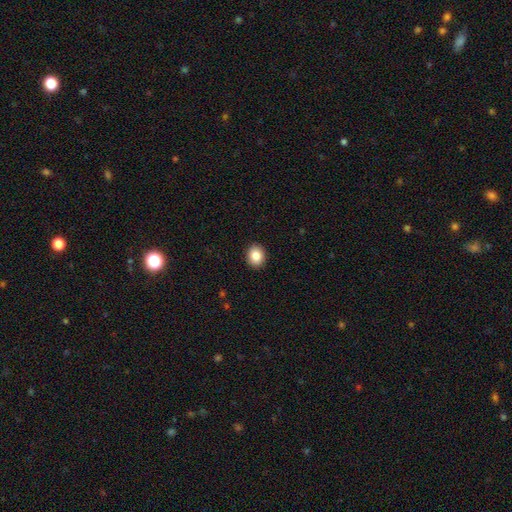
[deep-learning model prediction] A smooth galaxy with no disk features (86%) that is round (62%).

Vote fractions:
- Smooth or featured? smooth: 86% / star or artifact: 8% / featured or disk: 6%
- How rounded? round: 62% / in between: 37% / cigar-shaped: 1%
- Merging? none: 92% / minor disturbance: 5% / major disturbance: 2% / merger: 1%